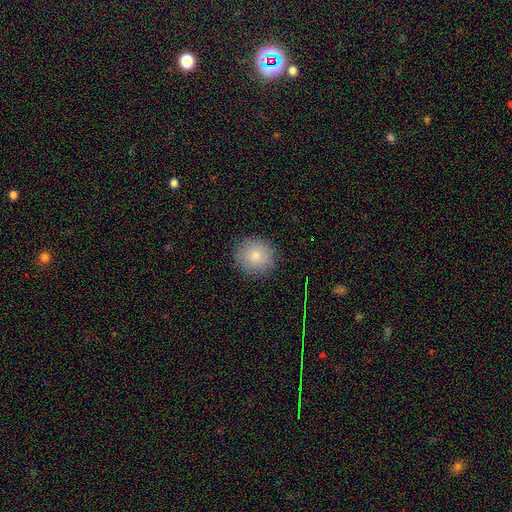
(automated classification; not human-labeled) Smooth or featured: smooth — 82% (star or artifact — 9%)
How rounded: round — 87% (in between — 12%)
Merging: none — 88% (minor disturbance — 8%)